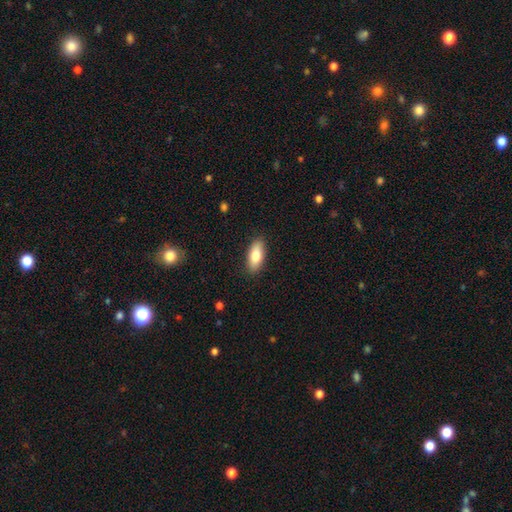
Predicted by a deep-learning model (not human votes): Smooth or featured?
  - smooth: 79% *
  - featured or disk: 14%
  - star or artifact: 6%
How rounded?
  - in between: 85% *
  - cigar-shaped: 13%
  - round: 3%
Merging?
  - none: 88% *
  - minor disturbance: 9%
  - major disturbance: 2%
  - merger: 1%